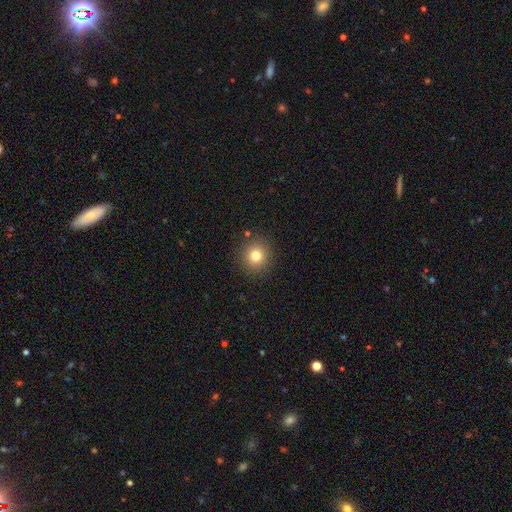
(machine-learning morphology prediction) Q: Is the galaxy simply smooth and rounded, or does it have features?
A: smooth — 78%.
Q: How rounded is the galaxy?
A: round — 92%.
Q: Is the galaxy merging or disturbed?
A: none — 89%.